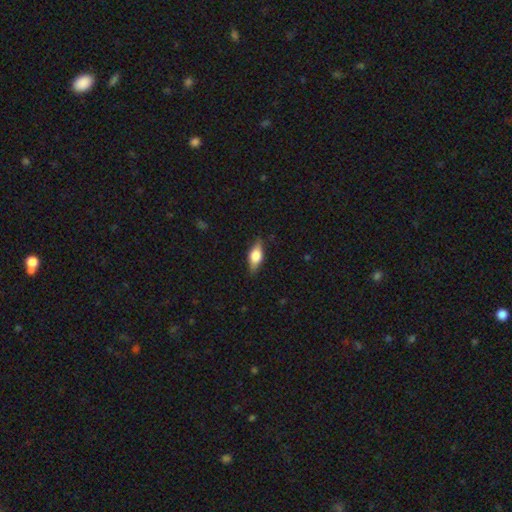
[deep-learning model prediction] smooth_or_featured: smooth (p=0.51) [alt: featured or disk p=0.41]
how_rounded: in between (p=0.71) [alt: cigar-shaped p=0.23]
merging: none (p=0.84) [alt: minor disturbance p=0.12]